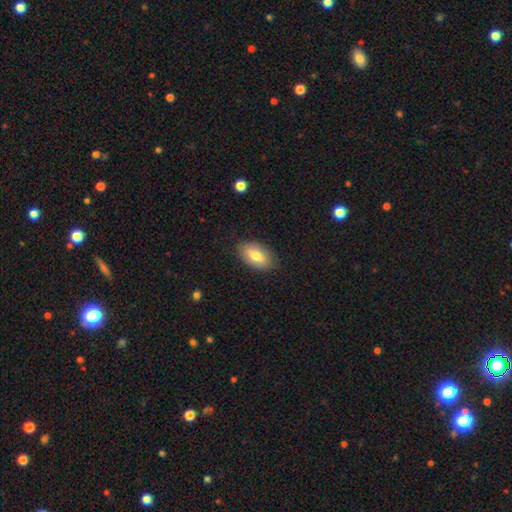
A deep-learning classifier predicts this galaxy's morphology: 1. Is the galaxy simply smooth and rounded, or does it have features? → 76% smooth, 17% featured or disk, 7% star or artifact.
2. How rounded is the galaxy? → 92% in between, 5% round, 3% cigar-shaped.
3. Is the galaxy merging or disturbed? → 84% none, 12% minor disturbance, 3% major disturbance, 1% merger.